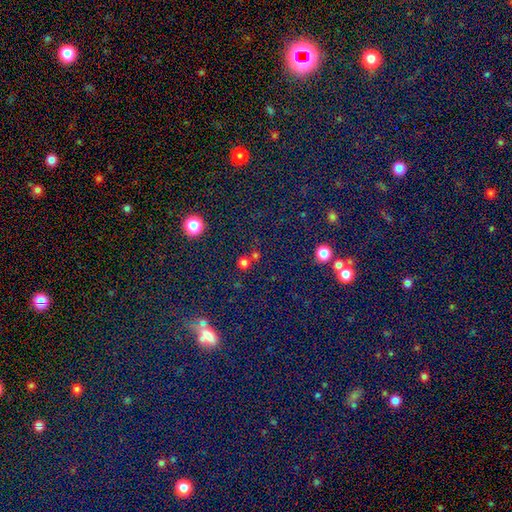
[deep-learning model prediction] smooth-or-featured: star or artifact: 47% | smooth: 42% | featured or disk: 11%